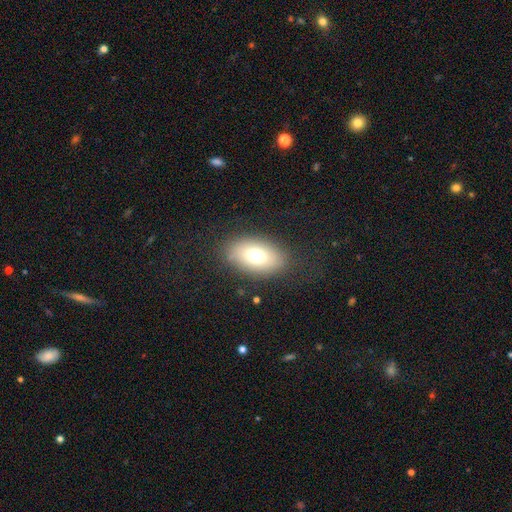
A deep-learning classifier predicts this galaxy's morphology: This is likely a smooth galaxy (73%). How rounded: clearly in between (88%). Merging: clearly none (82%).